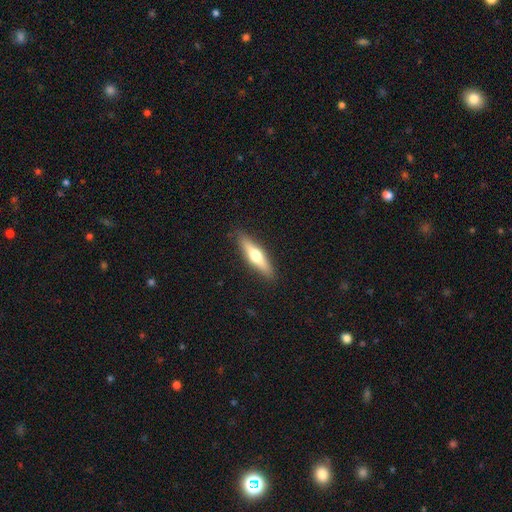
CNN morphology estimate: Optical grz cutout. It shows a featured or disk galaxy (50%) viewed edge-on (93%). Merging: none (88%).